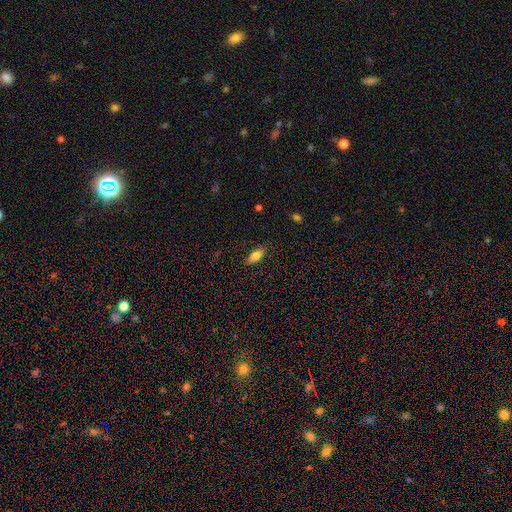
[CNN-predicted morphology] This is likely a smooth galaxy (80%). How rounded: clearly in between (84%). Merging: clearly none (85%).